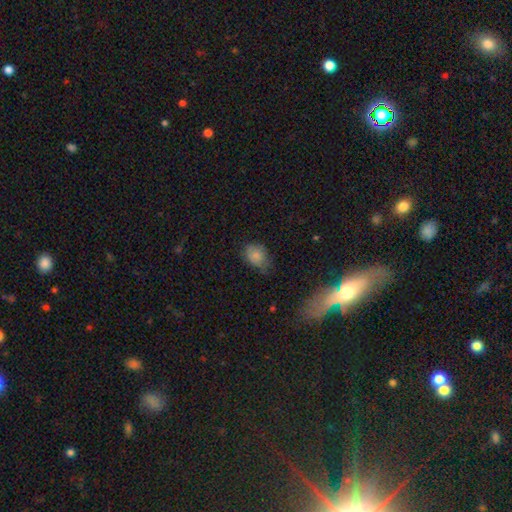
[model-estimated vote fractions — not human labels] Q: Smooth or featured?
A: smooth (81%); runner-up: star or artifact (10%)
Q: How rounded?
A: in between (66%); runner-up: round (33%)
Q: Merging?
A: none (55%); runner-up: minor disturbance (34%)